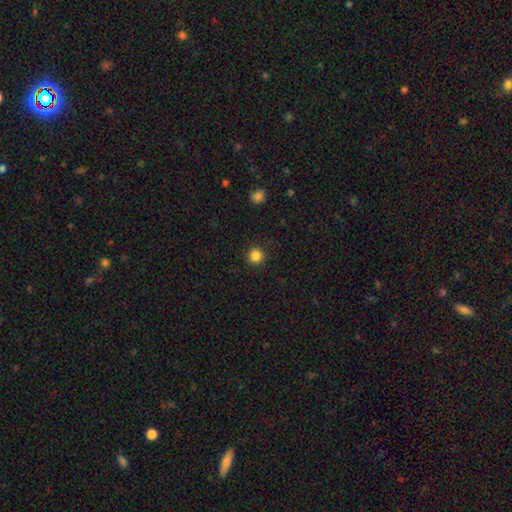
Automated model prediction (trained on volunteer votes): A smooth galaxy with no disk features (85%) that is round (95%).

Vote fractions:
- Smooth or featured? smooth: 85% / star or artifact: 11% / featured or disk: 3%
- How rounded? round: 95% / in between: 4% / cigar-shaped: 1%
- Merging? none: 91% / minor disturbance: 6% / major disturbance: 2% / merger: 1%